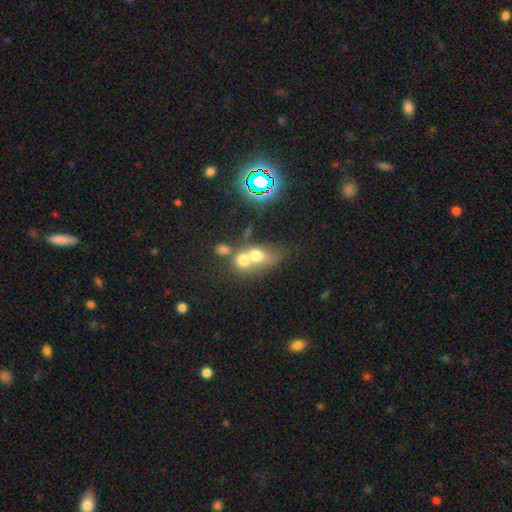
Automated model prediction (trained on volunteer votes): A smooth galaxy with no disk features (61%) that is in between round and cigar-shaped (52%).

Vote fractions:
- Smooth or featured? smooth: 61% / featured or disk: 23% / star or artifact: 15%
- How rounded? in between: 52% / round: 45% / cigar-shaped: 3%
- Merging? merger: 69% / none: 19% / minor disturbance: 7% / major disturbance: 6%